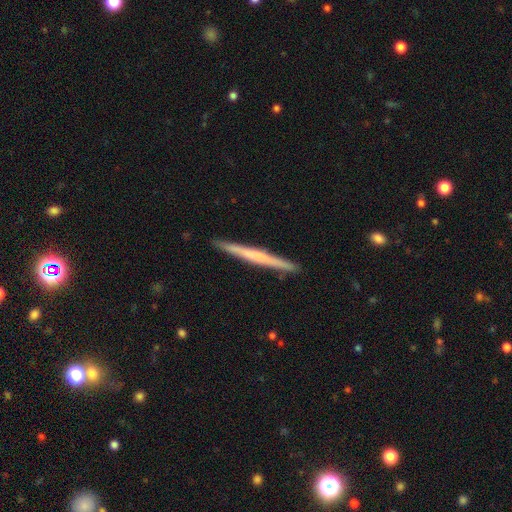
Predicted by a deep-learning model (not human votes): The model was most divided on "smooth or featured": featured or disk: 56%, smooth: 39%, star or artifact: 5%. More confident: edge-on disk — yes (98%); merging — none (92%); edge-on bulge — none (67%).